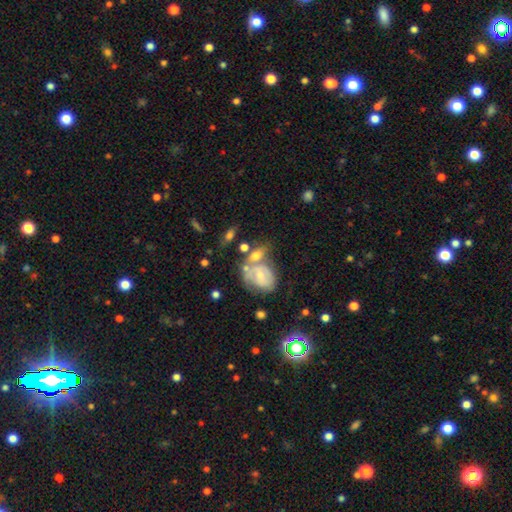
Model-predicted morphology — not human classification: A smooth galaxy with no disk features (48%). Merging: merger (39%).